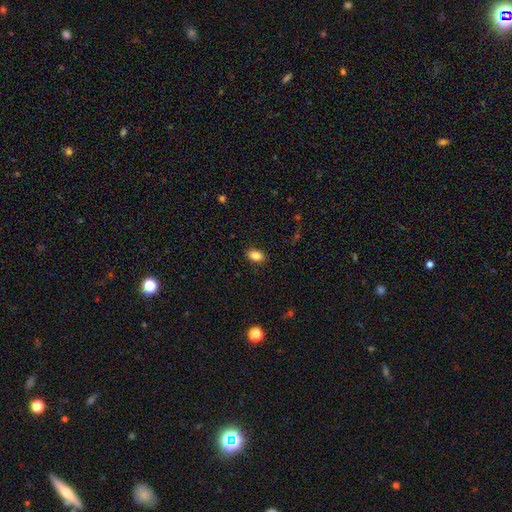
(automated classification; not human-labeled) smooth-or-featured: smooth: 86% | star or artifact: 9% | featured or disk: 5%
  how-rounded: in between: 87% | round: 11% | cigar-shaped: 2%
  merging: none: 88% | minor disturbance: 9% | major disturbance: 2% | merger: 1%